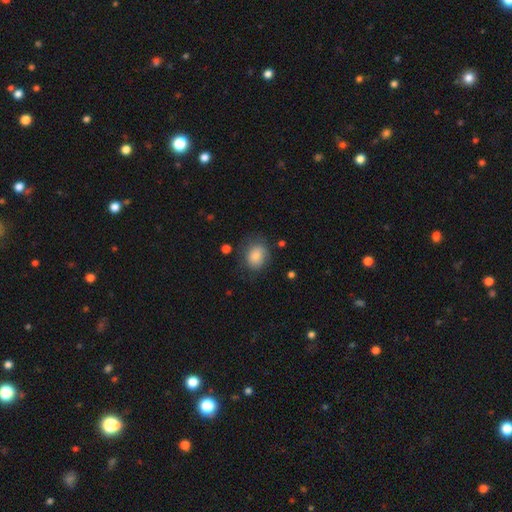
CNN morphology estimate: Smooth or featured?
  - smooth: 83% *
  - featured or disk: 9%
  - star or artifact: 8%
How rounded?
  - round: 50% *
  - in between: 49%
  - cigar-shaped: 1%
Merging?
  - none: 69% *
  - minor disturbance: 22%
  - major disturbance: 7%
  - merger: 2%